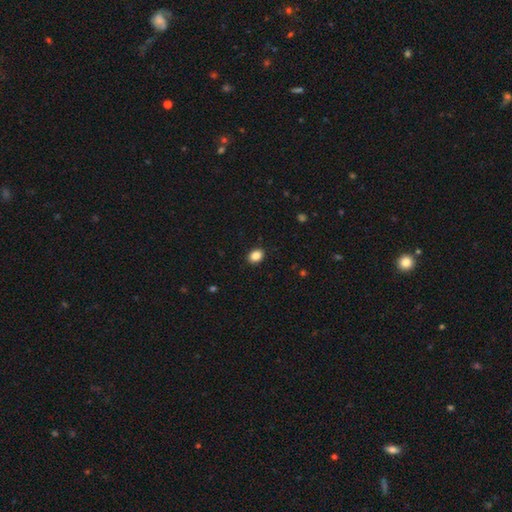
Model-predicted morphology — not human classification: A smooth galaxy with no disk features (88%) that is in between round and cigar-shaped (63%). Merging: none (90%).